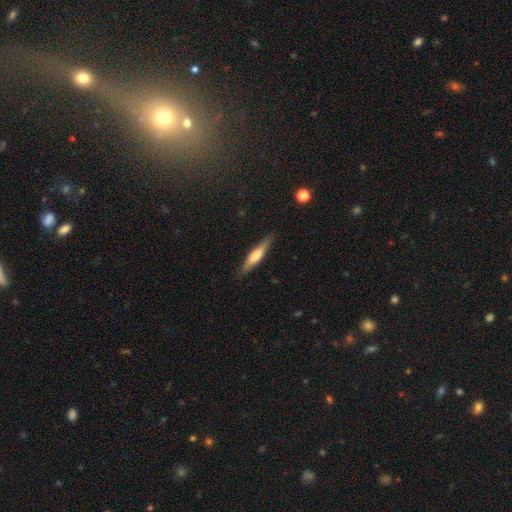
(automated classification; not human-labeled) Smooth or featured: smooth — 55% (featured or disk — 39%)
How rounded: cigar-shaped — 85% (in between — 14%)
Merging: none — 87% (minor disturbance — 10%)